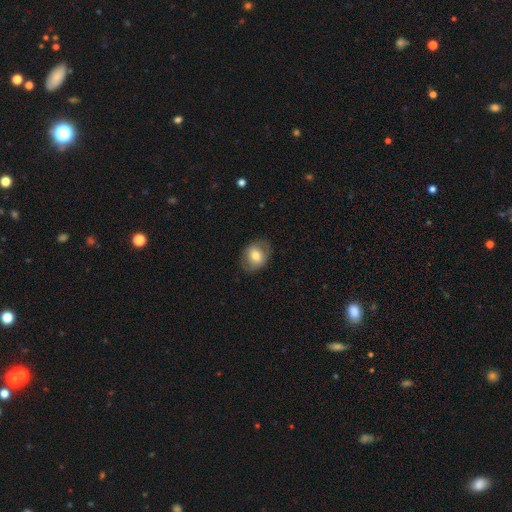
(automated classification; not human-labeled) Overall: smooth (66%; featured or disk 27%). How rounded: in between (54%; round 45%). Merging: none (78%).